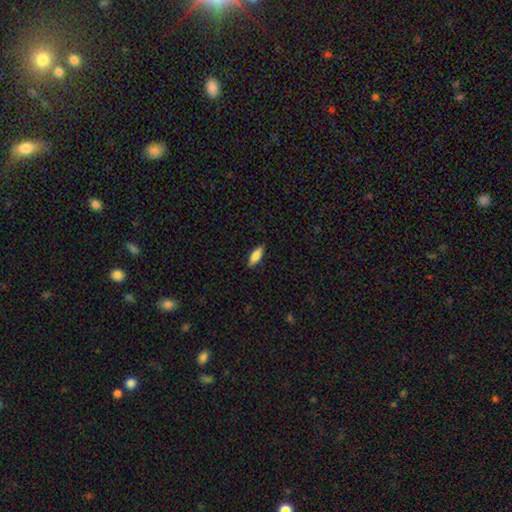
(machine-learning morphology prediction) This is likely a smooth galaxy (76%). How rounded: likely in between (62%). Merging: clearly none (88%).